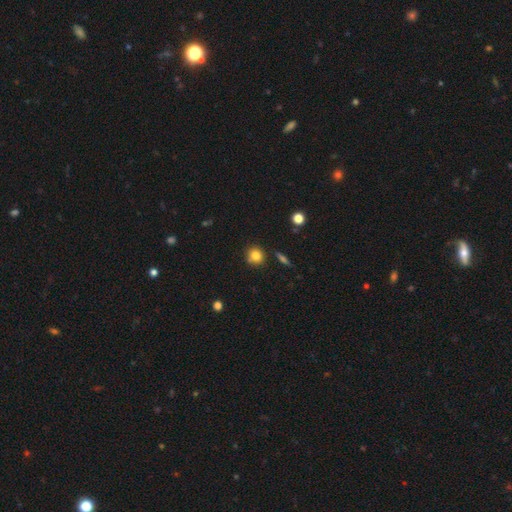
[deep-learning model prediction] Smooth or featured? Predicted: smooth (p=0.81). How rounded? Predicted: round (p=0.88). Merging? Predicted: none (p=0.82).